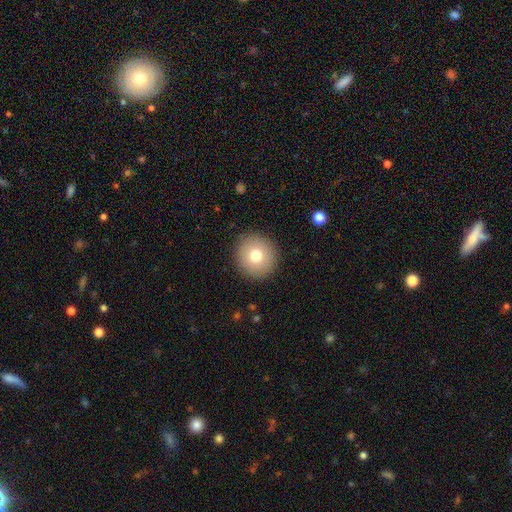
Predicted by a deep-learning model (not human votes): Smooth or featured? Predicted: smooth (p=0.76). How rounded? Predicted: round (p=0.94). Merging? Predicted: none (p=0.91).